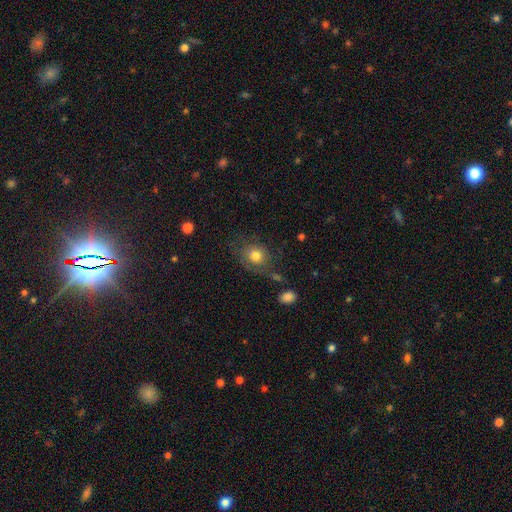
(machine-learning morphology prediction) A smooth galaxy with no disk features (70%) that is round (66%).

Vote fractions:
- Smooth or featured? smooth: 70% / featured or disk: 19% / star or artifact: 11%
- How rounded? round: 66% / in between: 33% / cigar-shaped: 1%
- Merging? none: 63% / minor disturbance: 21% / major disturbance: 13% / merger: 4%